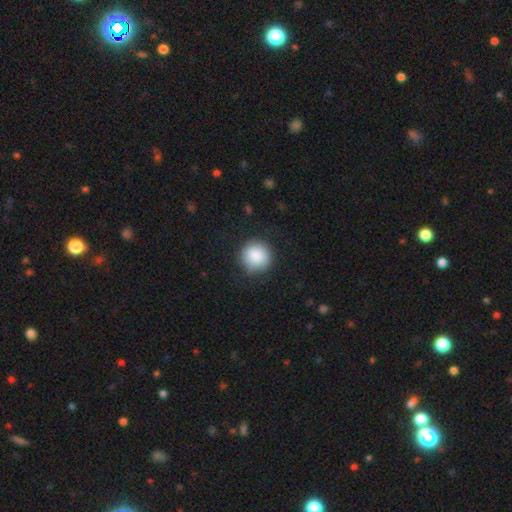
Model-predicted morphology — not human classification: Smooth or featured?
  - smooth: 86% *
  - featured or disk: 7%
  - star or artifact: 7%
How rounded?
  - round: 93% *
  - in between: 6%
  - cigar-shaped: 1%
Merging?
  - none: 83% *
  - minor disturbance: 12%
  - major disturbance: 4%
  - merger: 1%